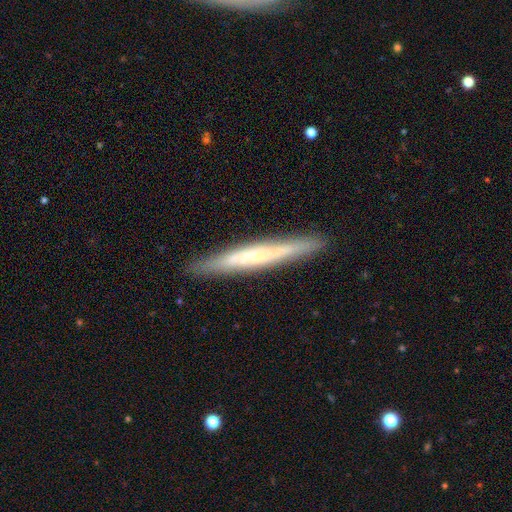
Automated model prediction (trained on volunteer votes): A featured or disk galaxy (50%). Merging: none (89%).